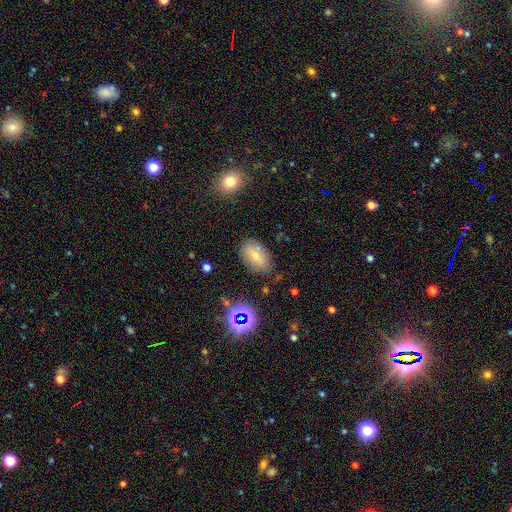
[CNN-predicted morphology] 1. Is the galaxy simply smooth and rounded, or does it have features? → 64% smooth, 22% featured or disk, 14% star or artifact.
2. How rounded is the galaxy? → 87% in between, 11% round, 2% cigar-shaped.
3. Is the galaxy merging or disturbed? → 75% none, 15% minor disturbance, 6% merger, 4% major disturbance.